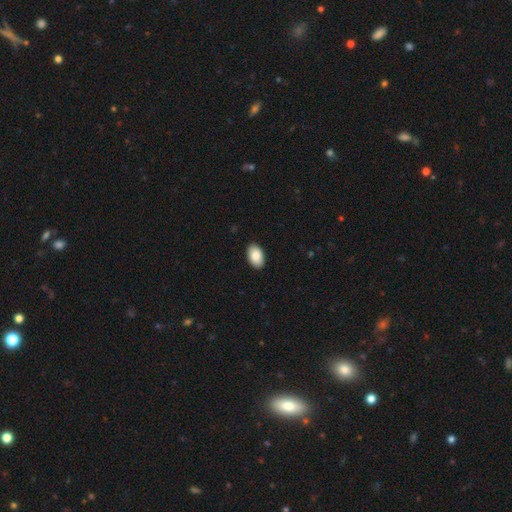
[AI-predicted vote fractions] smooth 87%, featured or disk 7%, star or artifact 6%. Down the decision tree: how rounded — in between (94%); merging — none (90%).